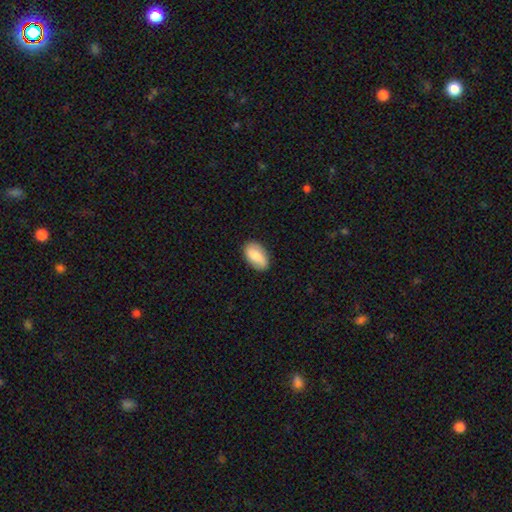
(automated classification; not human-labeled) A smooth galaxy with no disk features (72%) that is in between round and cigar-shaped (92%).

Vote fractions:
- Smooth or featured? smooth: 72% / featured or disk: 21% / star or artifact: 7%
- How rounded? in between: 92% / round: 5% / cigar-shaped: 2%
- Merging? none: 84% / minor disturbance: 13% / major disturbance: 3% / merger: 1%